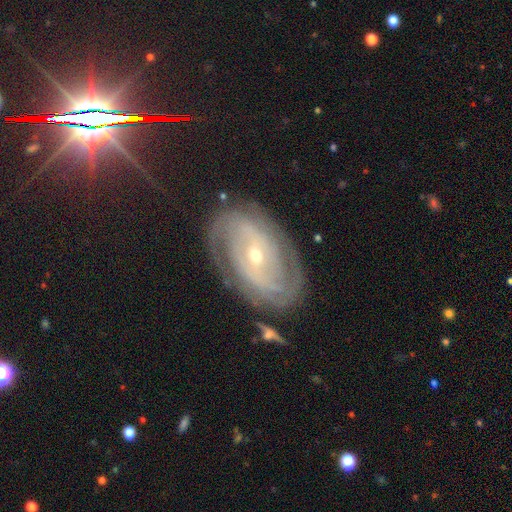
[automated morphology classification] This appears to be a featured or disk galaxy (85%) with no bar (38%), 2 (46%) tight (63%) spiral arms (95%) and a small central bulge (64%). Merging: none (78%).